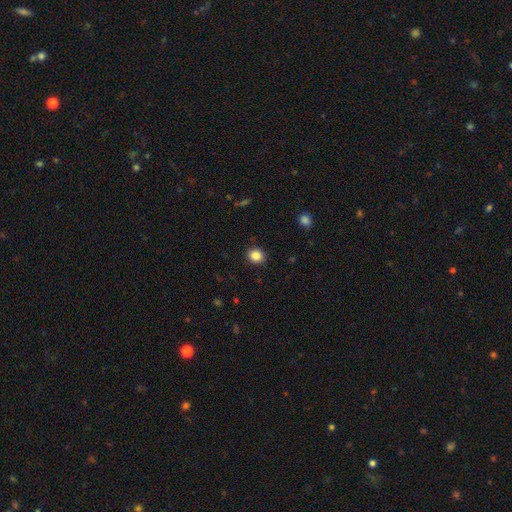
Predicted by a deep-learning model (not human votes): A smooth galaxy with no disk features (86%) that is round (79%). Merging: none (91%).